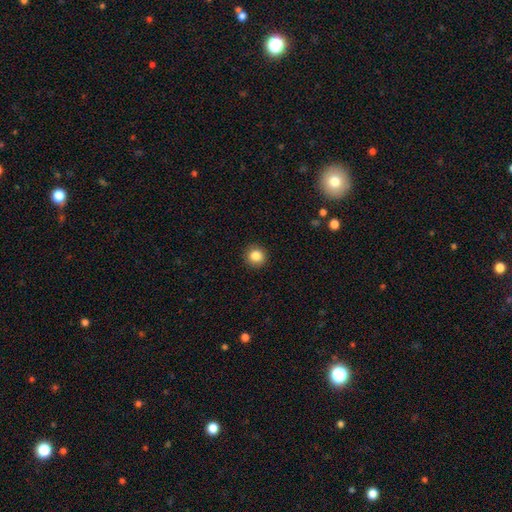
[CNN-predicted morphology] Smooth or featured? Predicted: smooth (p=0.86). How rounded? Predicted: round (p=0.91). Merging? Predicted: none (p=0.92).